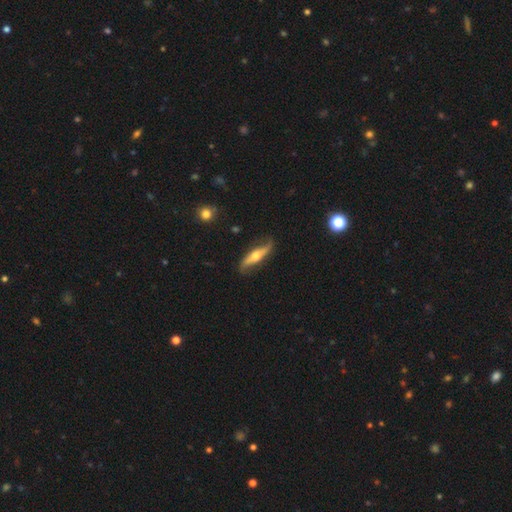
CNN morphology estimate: This is likely a featured or disk galaxy (70%). It is possibly viewed edge-on (54%). Merging: likely none (73%).